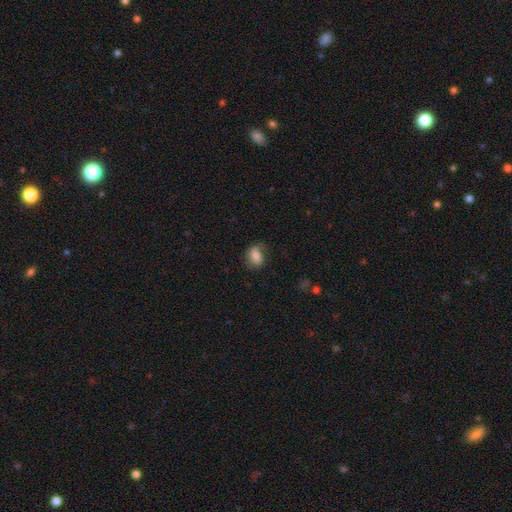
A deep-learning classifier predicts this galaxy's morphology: smooth-or-featured: smooth: 66% | featured or disk: 25% | star or artifact: 9%
  how-rounded: in between: 70% | round: 29% | cigar-shaped: 2%
  merging: none: 60% | minor disturbance: 25% | major disturbance: 13% | merger: 1%